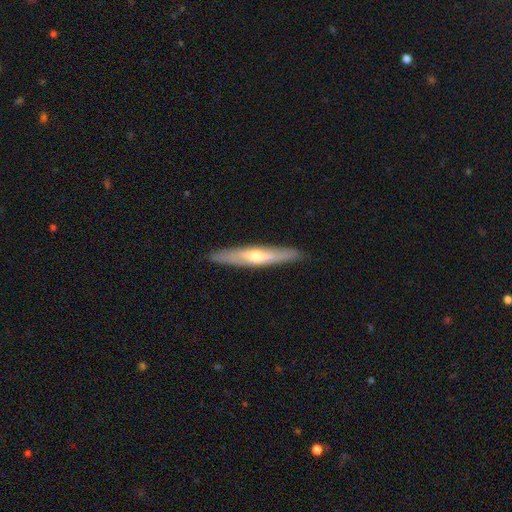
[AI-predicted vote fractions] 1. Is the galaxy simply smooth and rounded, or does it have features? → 57% featured or disk, 37% smooth, 6% star or artifact.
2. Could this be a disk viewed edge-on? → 86% yes, 14% no.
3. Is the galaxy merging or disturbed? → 90% none, 8% minor disturbance, 2% major disturbance, 1% merger.